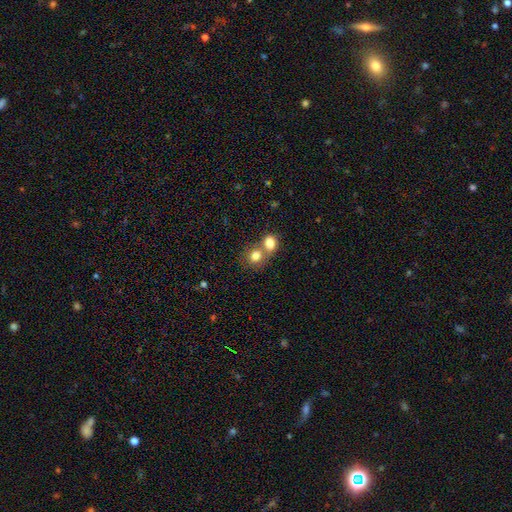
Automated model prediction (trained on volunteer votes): smooth 79%, featured or disk 11%, star or artifact 10%. Down the decision tree: how rounded — round (64%); merging — merger (57%).